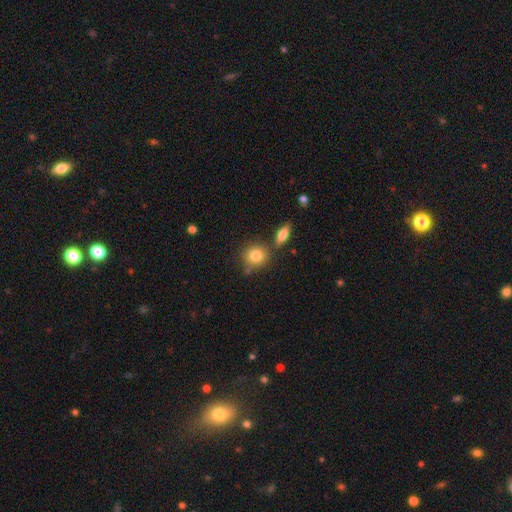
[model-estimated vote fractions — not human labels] Morphology: type=smooth (82%); roundness=round (77%); merging=none (71%).